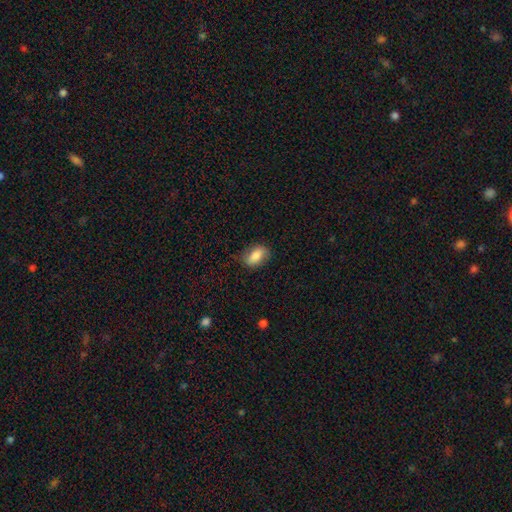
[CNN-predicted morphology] Overall: smooth (83%). How rounded: in between (88%). Merging: none (76%).